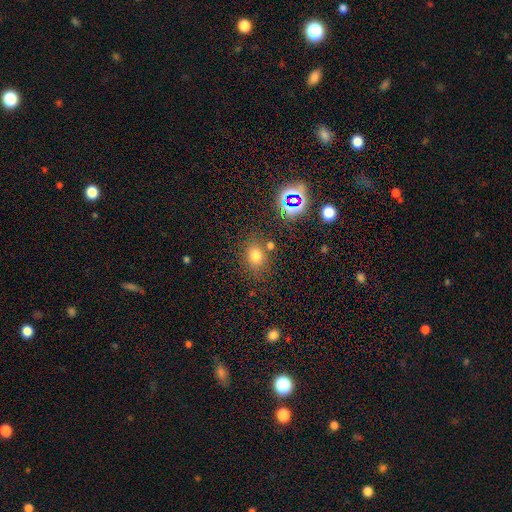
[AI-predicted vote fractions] Smooth or featured?
  - smooth: 70% *
  - star or artifact: 22%
  - featured or disk: 9%
How rounded?
  - round: 51% *
  - in between: 48%
  - cigar-shaped: 1%
Merging?
  - none: 73% *
  - minor disturbance: 13%
  - merger: 9%
  - major disturbance: 5%